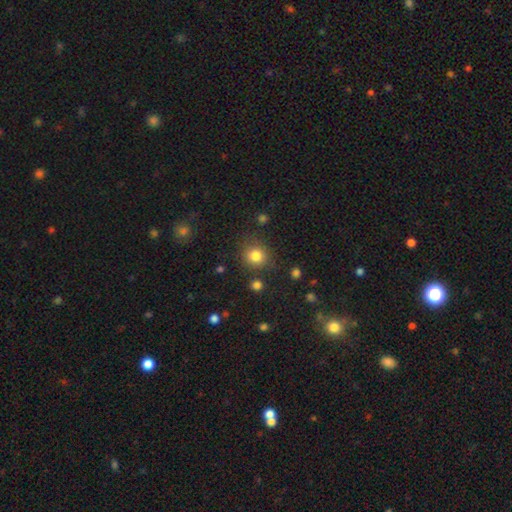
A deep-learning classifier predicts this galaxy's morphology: type=smooth (83%); roundness=round (88%); merging=none (83%).